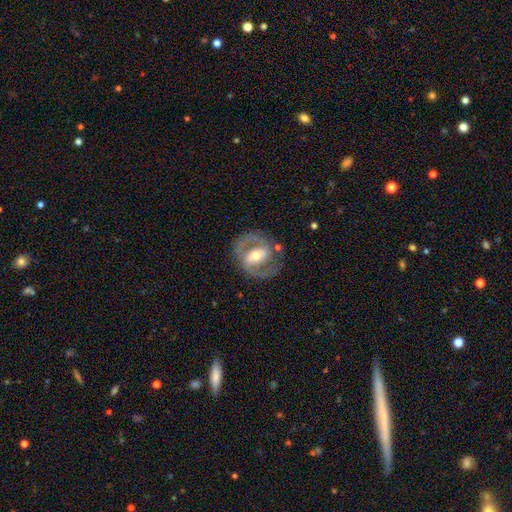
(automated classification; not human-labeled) Morphology: type=featured or disk (83%); edge-on=no (96%); bar=strong (43%); spiral arms=yes (84%); winding=medium (54%); arm count=2 (87%); bulge=moderate (63%); merging=none (77%).